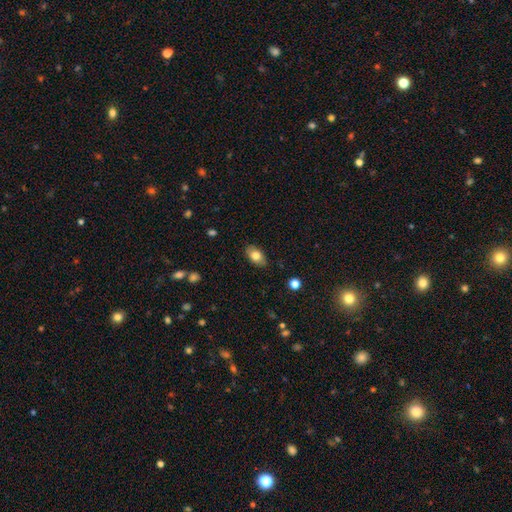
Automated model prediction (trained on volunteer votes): smooth-or-featured: smooth: 79% | featured or disk: 13% | star or artifact: 8%
  how-rounded: in between: 90% | round: 8% | cigar-shaped: 2%
  merging: none: 86% | minor disturbance: 11% | major disturbance: 2% | merger: 1%